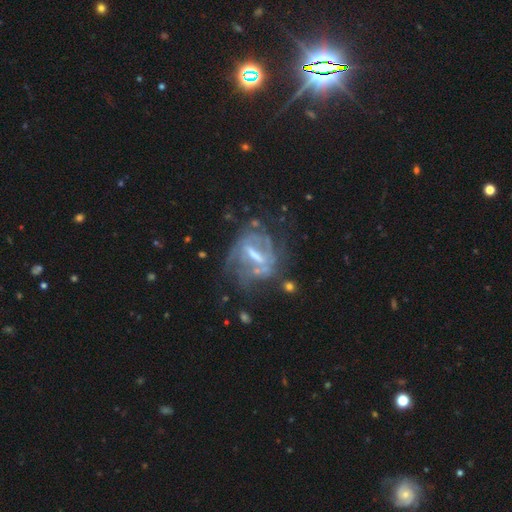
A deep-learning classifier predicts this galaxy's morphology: smooth-or-featured: featured or disk: 78% | smooth: 12% | star or artifact: 10%
  disk-edge-on: no: 92% | yes: 8%
    bar: strong: 58% | weak: 31% | no: 11%
    has-spiral-arms: yes: 69% | no: 31%
    bulge-size: moderate: 41% | small: 27% | none: 22% | large: 8% | dominant: 1%
  merging: none: 48% | major disturbance: 24% | minor disturbance: 21% | merger: 7%